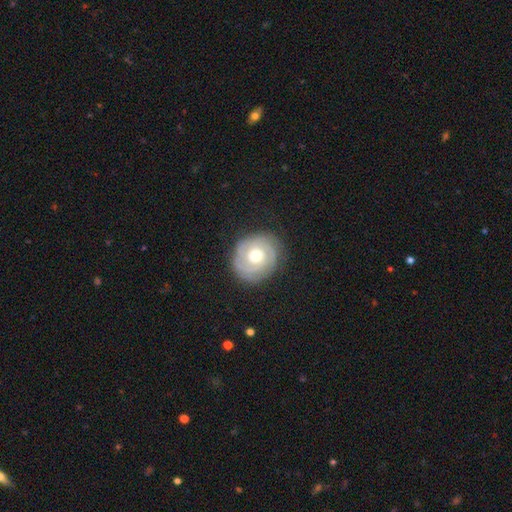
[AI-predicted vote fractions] Overall: featured or disk (74%). Edge-on disk: no (97%). Bar: no (78%). Spiral arms: yes (89%). Spiral arm count: 2 (38%; can't tell 28%). Spiral winding: tight (73%). Bulge size: moderate (74%). Merging: none (82%).